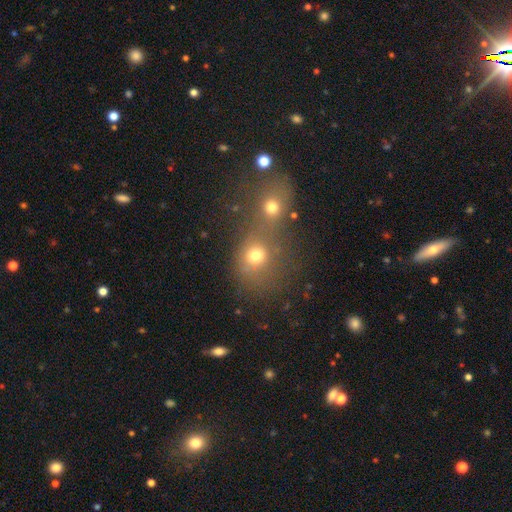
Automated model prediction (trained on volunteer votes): Smooth or featured? smooth (71%)
How rounded? round (71%)
Merging? merger (62%)